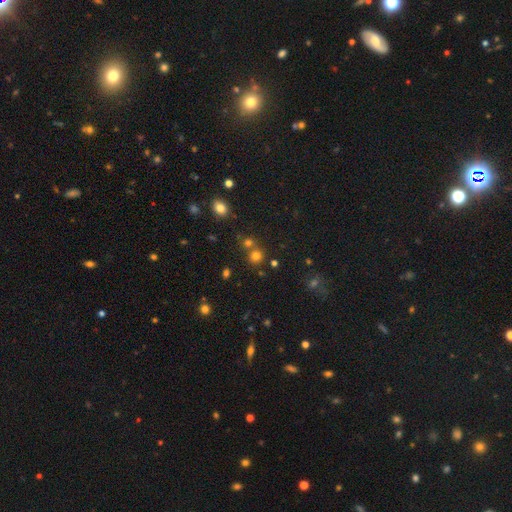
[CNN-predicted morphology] Smooth or featured? Predicted: smooth (p=0.73). How rounded? Predicted: round (p=0.89). Merging? Predicted: none (p=0.67).